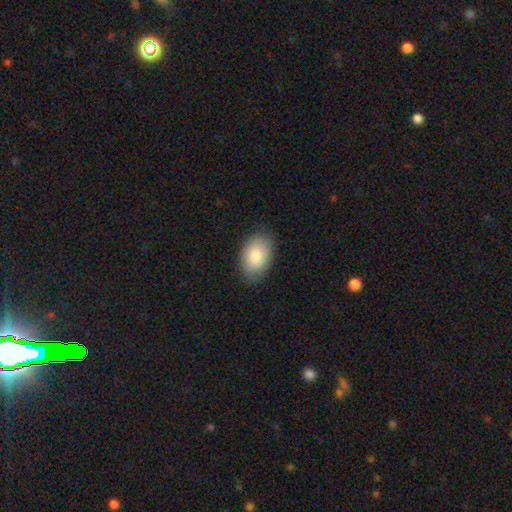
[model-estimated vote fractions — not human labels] Smooth or featured: smooth — 82% (featured or disk — 11%)
How rounded: in between — 89% (round — 9%)
Merging: none — 83% (minor disturbance — 13%)